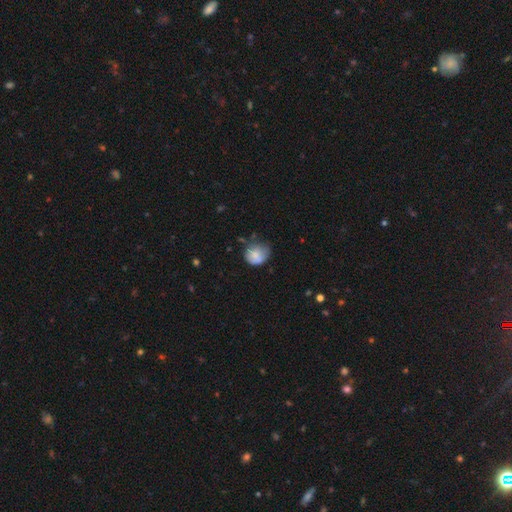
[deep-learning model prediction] A smooth galaxy with no disk features (75%) that is round (72%). Merging: none (43%).